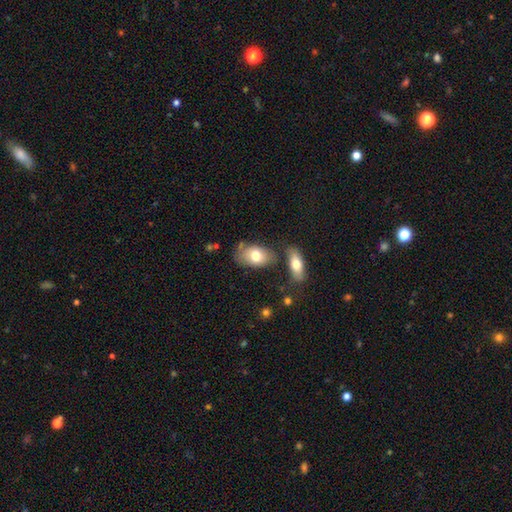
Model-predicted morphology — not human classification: smooth 73%, featured or disk 20%, star or artifact 7%. Down the decision tree: how rounded — in between (90%); merging — none (60%).